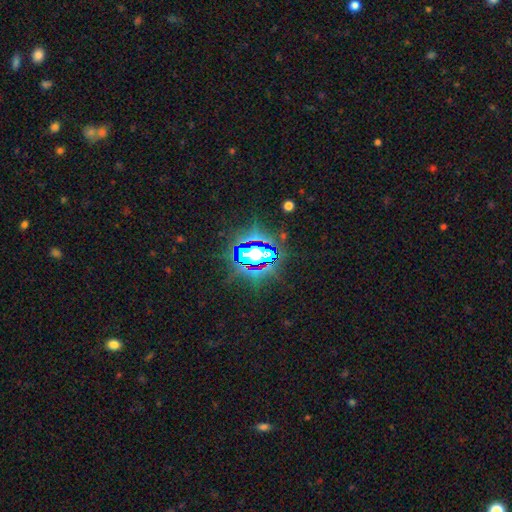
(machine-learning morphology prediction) A star or artifact, not a galaxy (74%).

Vote fractions:
- Smooth or featured? star or artifact: 74% / smooth: 15% / featured or disk: 11%